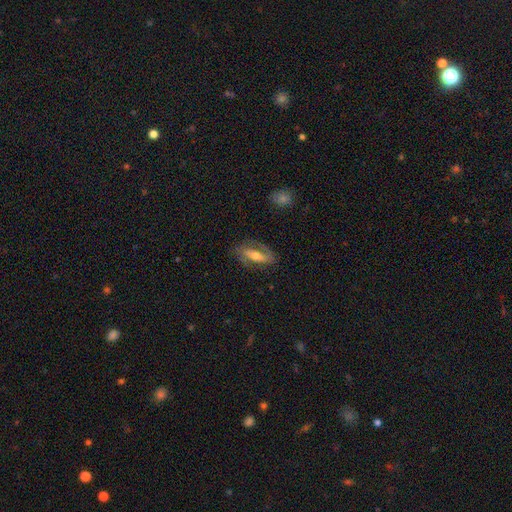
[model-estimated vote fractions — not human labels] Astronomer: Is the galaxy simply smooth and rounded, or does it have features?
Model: featured or disk — 62%.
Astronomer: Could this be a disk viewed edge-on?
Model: no — 85%.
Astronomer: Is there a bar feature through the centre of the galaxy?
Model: strong — 38% (runner-up: no, 32%).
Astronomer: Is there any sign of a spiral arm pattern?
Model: yes — 72%.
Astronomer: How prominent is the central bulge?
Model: moderate — 59%.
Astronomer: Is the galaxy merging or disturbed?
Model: none — 74%.